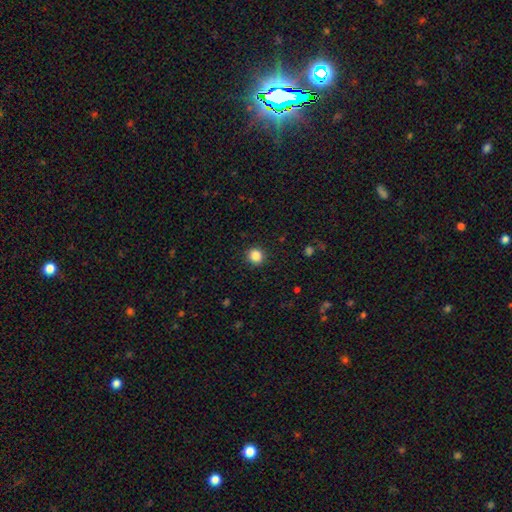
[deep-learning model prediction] A smooth galaxy with no disk features (86%) that is round (91%).

Vote fractions:
- Smooth or featured? smooth: 86% / star or artifact: 11% / featured or disk: 3%
- How rounded? round: 91% / in between: 9% / cigar-shaped: 1%
- Merging? none: 91% / minor disturbance: 6% / major disturbance: 2% / merger: 1%